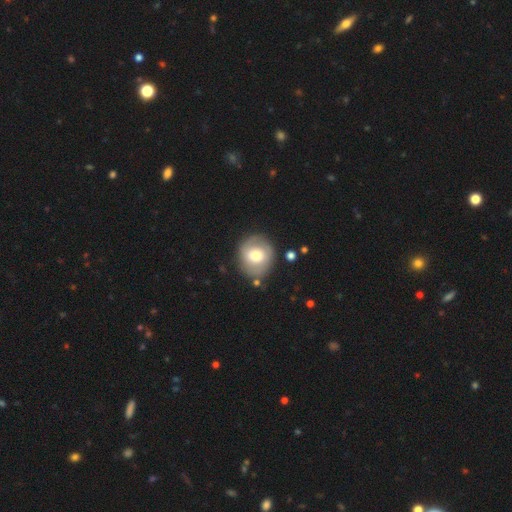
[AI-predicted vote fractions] Overall: smooth (57%; featured or disk 36%). How rounded: round (80%). Merging: none (77%).